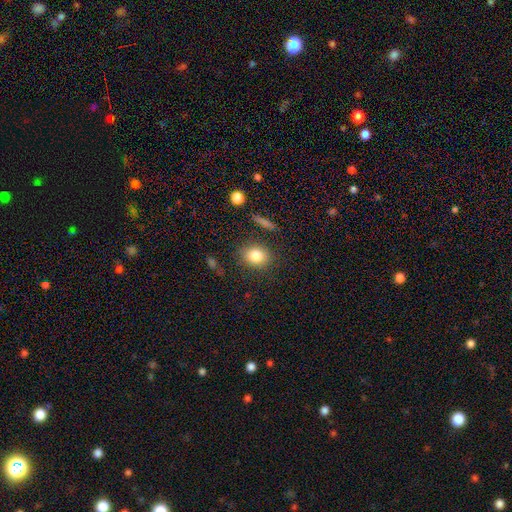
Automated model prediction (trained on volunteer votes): smooth-or-featured: smooth: 82% | star or artifact: 10% | featured or disk: 8%
  how-rounded: round: 54% | in between: 44% | cigar-shaped: 2%
  merging: none: 84% | minor disturbance: 10% | major disturbance: 3% | merger: 3%